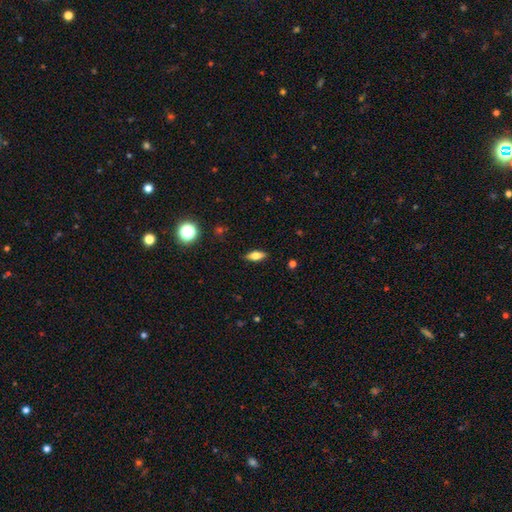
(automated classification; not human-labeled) The model was most divided on "smooth or featured": smooth: 68%, featured or disk: 23%, star or artifact: 9%. More confident: merging — none (87%); how rounded — in between (75%).